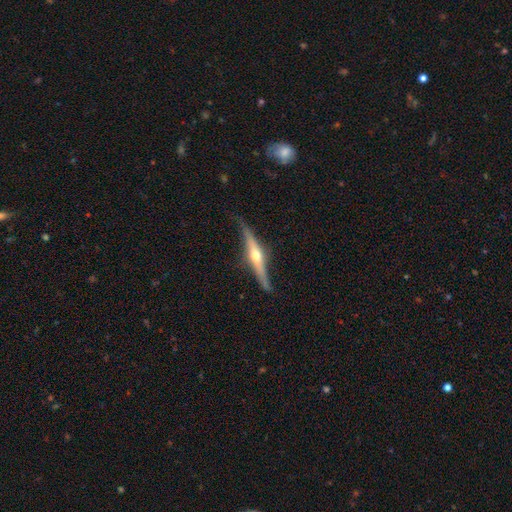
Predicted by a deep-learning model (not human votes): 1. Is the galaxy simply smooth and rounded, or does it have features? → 78% featured or disk, 17% smooth, 5% star or artifact.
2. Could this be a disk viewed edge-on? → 96% yes, 4% no.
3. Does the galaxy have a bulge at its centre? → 94% rounded, 3% none, 3% boxy.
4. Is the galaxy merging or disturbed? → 78% none, 17% minor disturbance, 4% major disturbance, 2% merger.